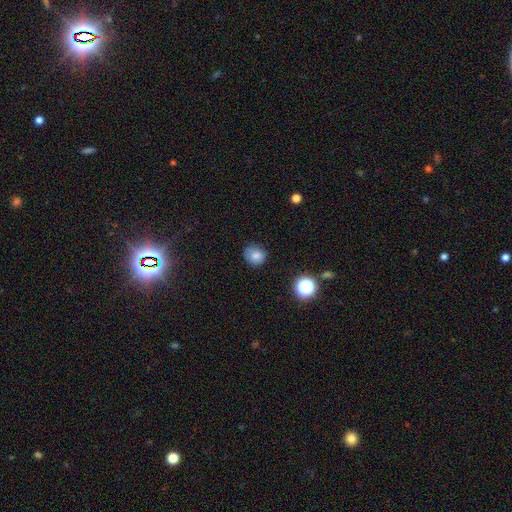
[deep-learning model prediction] Smooth or featured? Predicted: smooth (p=0.80). How rounded? Predicted: round (p=0.75). Merging? Predicted: none (p=0.72).